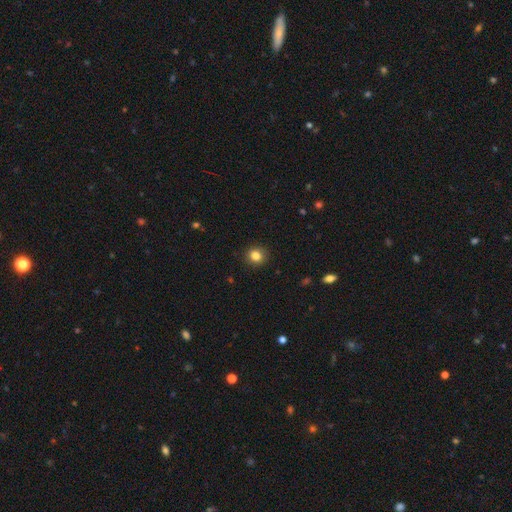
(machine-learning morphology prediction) This appears to be a smooth galaxy with no disk features (84%) that is round (83%). Merging: none (91%).